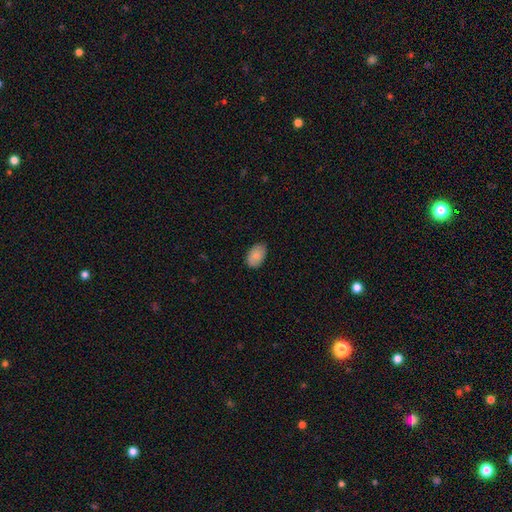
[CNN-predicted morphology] A smooth galaxy with no disk features (86%) that is in between round and cigar-shaped (92%). Merging: none (85%).